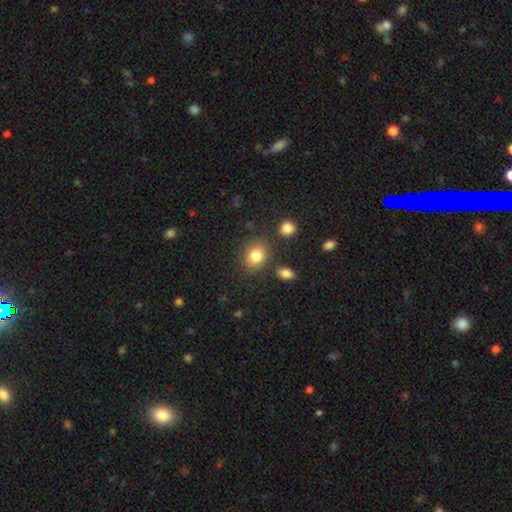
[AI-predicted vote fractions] A smooth galaxy with no disk features (82%) that is round (59%).

Vote fractions:
- Smooth or featured? smooth: 82% / star or artifact: 10% / featured or disk: 8%
- How rounded? round: 59% / in between: 40% / cigar-shaped: 1%
- Merging? none: 78% / minor disturbance: 11% / merger: 7% / major disturbance: 4%